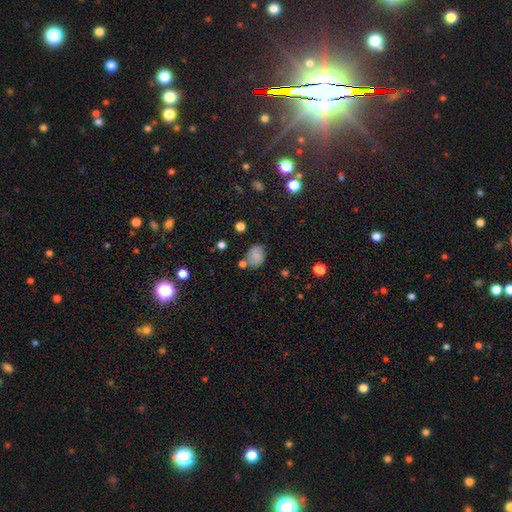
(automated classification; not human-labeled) Smooth or featured?
  - smooth: 72% *
  - featured or disk: 16%
  - star or artifact: 12%
How rounded?
  - in between: 58% *
  - round: 40%
  - cigar-shaped: 1%
Merging?
  - none: 60% *
  - minor disturbance: 22%
  - merger: 11%
  - major disturbance: 7%